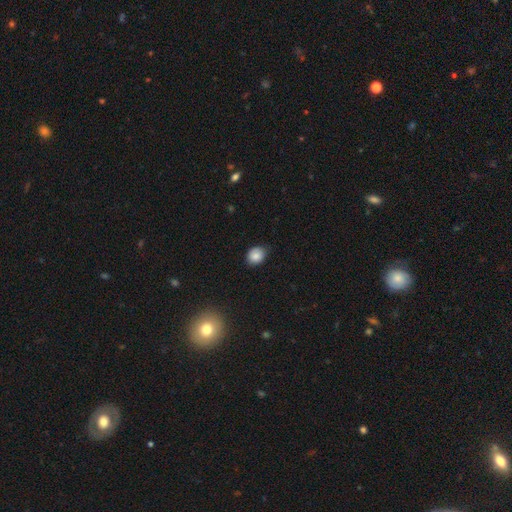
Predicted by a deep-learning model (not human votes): A smooth galaxy with no disk features (84%) that is round (59%).

Vote fractions:
- Smooth or featured? smooth: 84% / star or artifact: 10% / featured or disk: 7%
- How rounded? round: 59% / in between: 40% / cigar-shaped: 1%
- Merging? none: 76% / minor disturbance: 20% / major disturbance: 3% / merger: 1%